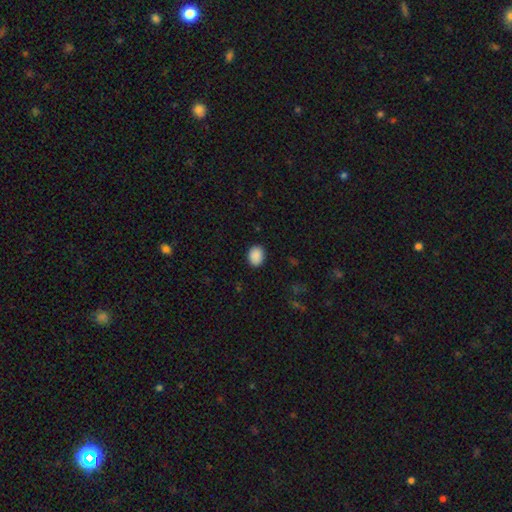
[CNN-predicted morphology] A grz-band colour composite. It shows a smooth galaxy with no disk features (90%) that is in between round and cigar-shaped (62%). Merging: none (89%).